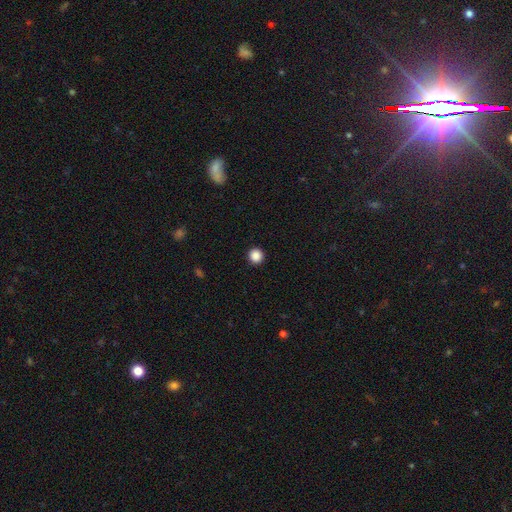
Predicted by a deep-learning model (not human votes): Smooth or featured? Predicted: smooth (p=0.88). How rounded? Predicted: round (p=0.95). Merging? Predicted: none (p=0.93).